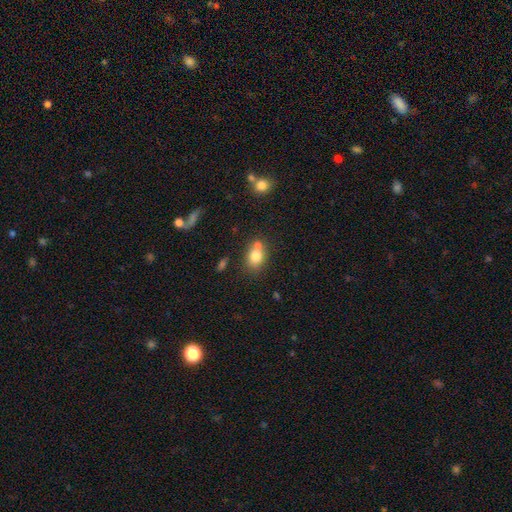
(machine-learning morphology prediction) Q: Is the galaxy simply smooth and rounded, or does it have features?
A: smooth — 78%.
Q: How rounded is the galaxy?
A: in between — 52%.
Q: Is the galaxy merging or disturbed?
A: none — 51%.